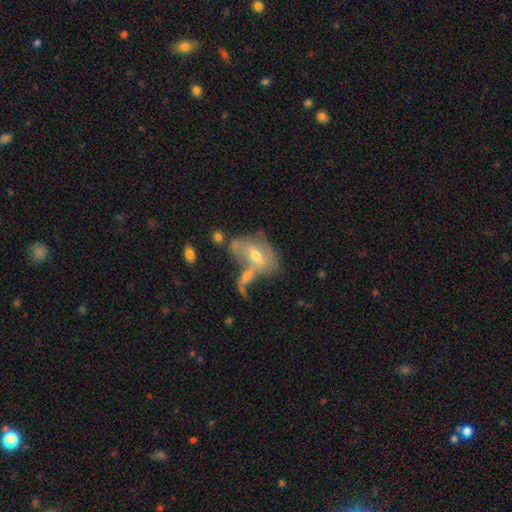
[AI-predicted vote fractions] Smooth or featured?
  - featured or disk: 54% *
  - smooth: 37%
  - star or artifact: 9%
Edge-on disk?
  - no: 89% *
  - yes: 11%
Merging?
  - merger: 43% *
  - none: 27%
  - major disturbance: 15%
  - minor disturbance: 15%